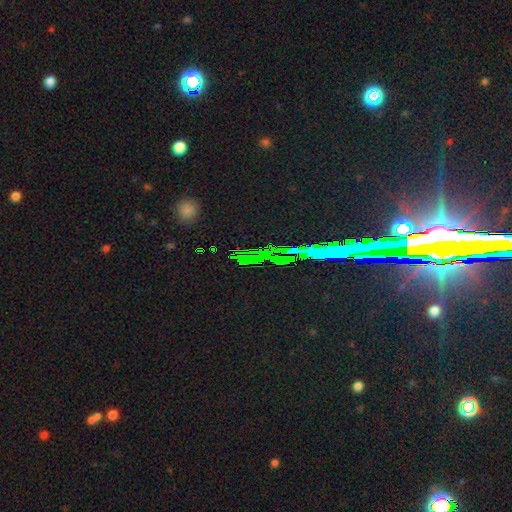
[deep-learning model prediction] smooth-or-featured: star or artifact: 80% | smooth: 11% | featured or disk: 9%